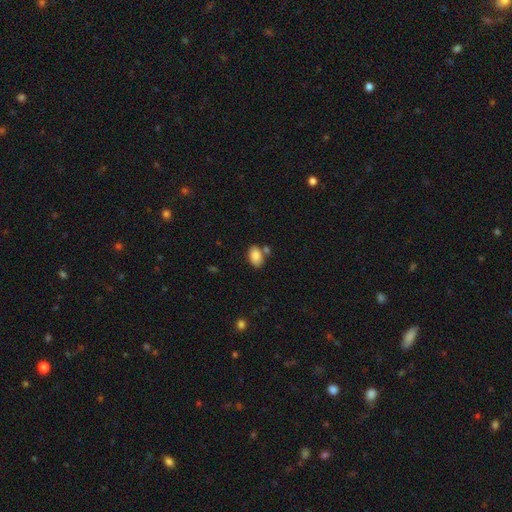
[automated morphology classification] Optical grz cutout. It shows a smooth galaxy with no disk features (86%) that is in between round and cigar-shaped (88%). Merging: none (67%).